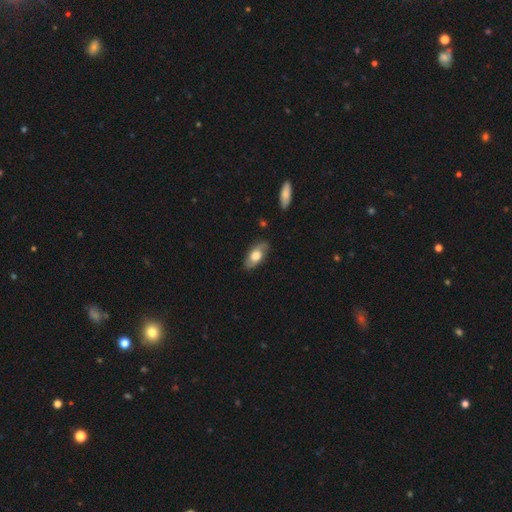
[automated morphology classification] Q: Smooth or featured?
A: smooth (53%); runner-up: featured or disk (41%)
Q: How rounded?
A: in between (89%); runner-up: cigar-shaped (7%)
Q: Merging?
A: none (82%); runner-up: minor disturbance (14%)